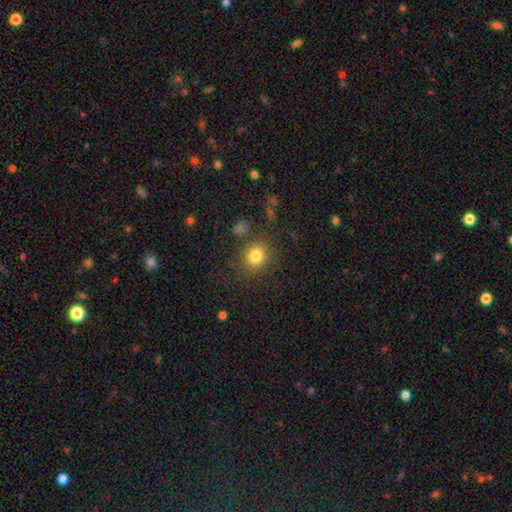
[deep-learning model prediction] Smooth or featured?
  - smooth: 80% *
  - star or artifact: 12%
  - featured or disk: 8%
How rounded?
  - round: 76% *
  - in between: 23%
  - cigar-shaped: 1%
Merging?
  - none: 80% *
  - minor disturbance: 11%
  - merger: 5%
  - major disturbance: 5%